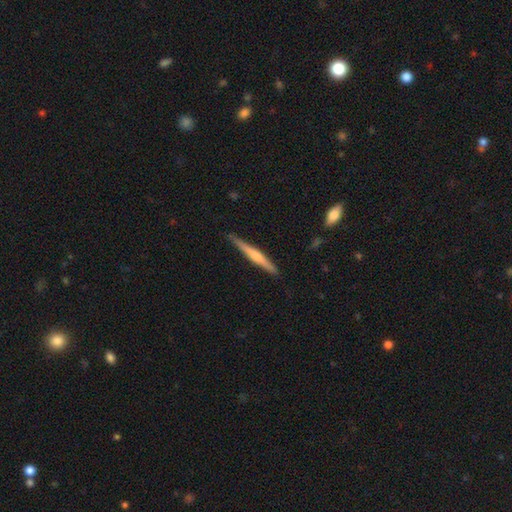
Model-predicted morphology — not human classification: smooth-or-featured: featured or disk: 56% | smooth: 38% | star or artifact: 5%
  disk-edge-on: yes: 98% | no: 2%
    edge-on-bulge: rounded: 55% | none: 28% | boxy: 17%
  merging: none: 87% | minor disturbance: 10% | major disturbance: 2% | merger: 1%